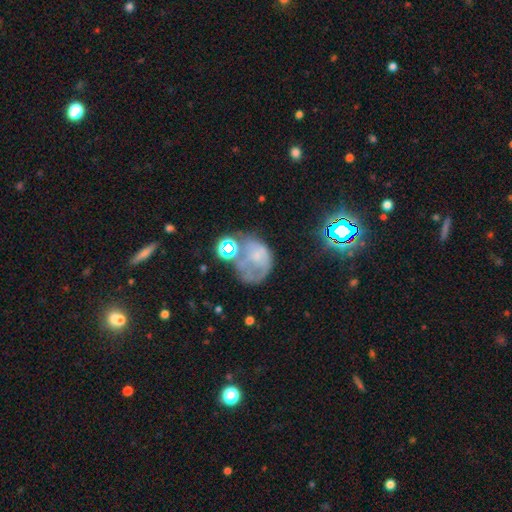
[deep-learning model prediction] Smooth or featured: featured or disk — 44% (smooth — 36%)
Merging: major disturbance — 36% (none — 24%)